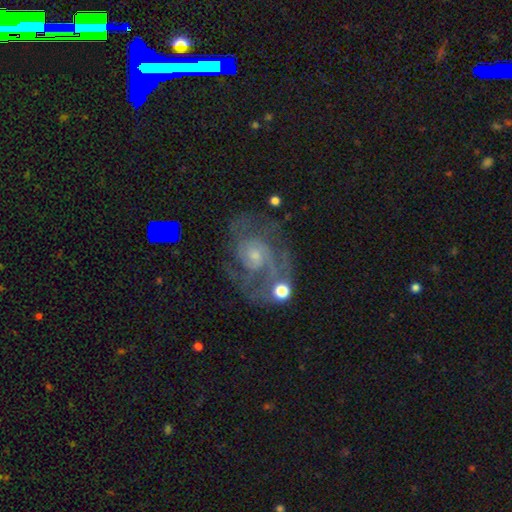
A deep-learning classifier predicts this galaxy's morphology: Q: Smooth or featured?
A: featured or disk (82%); runner-up: smooth (9%)
Q: Edge-on disk?
A: no (98%); runner-up: yes (2%)
Q: Bar?
A: no (69%); runner-up: weak (26%)
Q: Spiral arms?
A: yes (93%); runner-up: no (7%)
Q: Spiral winding?
A: medium (44%); runner-up: tight (42%)
Q: Spiral arm count?
A: 2 (41%); runner-up: can't tell (25%)
Q: Bulge size?
A: small (65%); runner-up: moderate (26%)
Q: Merging?
A: none (57%); runner-up: minor disturbance (18%)